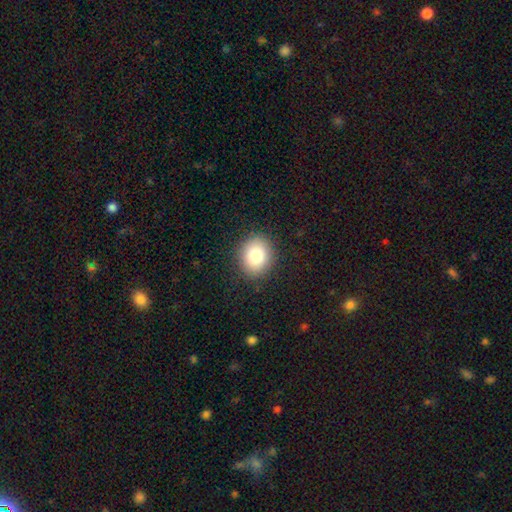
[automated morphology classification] Smooth or featured?
  - smooth: 81% *
  - star or artifact: 10%
  - featured or disk: 9%
How rounded?
  - round: 63% *
  - in between: 37%
  - cigar-shaped: 1%
Merging?
  - none: 89% *
  - minor disturbance: 8%
  - major disturbance: 2%
  - merger: 1%